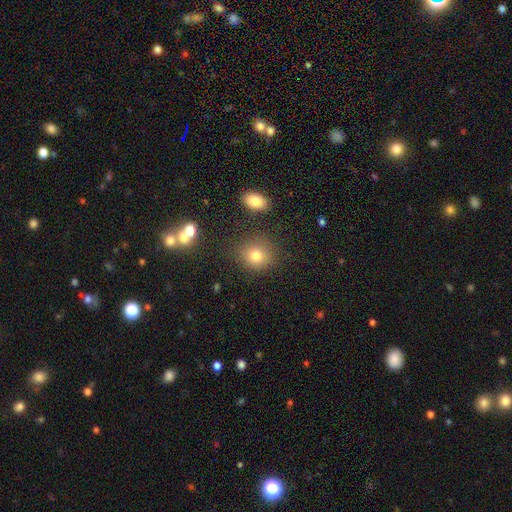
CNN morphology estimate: Smooth or featured?
  - smooth: 77% *
  - star or artifact: 14%
  - featured or disk: 8%
How rounded?
  - round: 77% *
  - in between: 22%
  - cigar-shaped: 1%
Merging?
  - none: 80% *
  - minor disturbance: 11%
  - merger: 5%
  - major disturbance: 4%